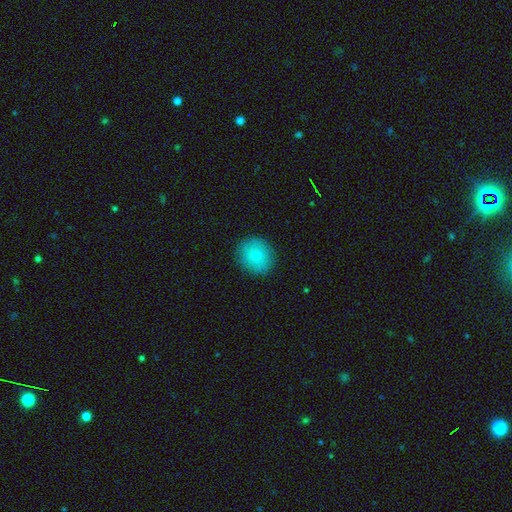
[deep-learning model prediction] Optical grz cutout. It shows a smooth galaxy with no disk features (81%) that is round (86%). Merging: none (88%).